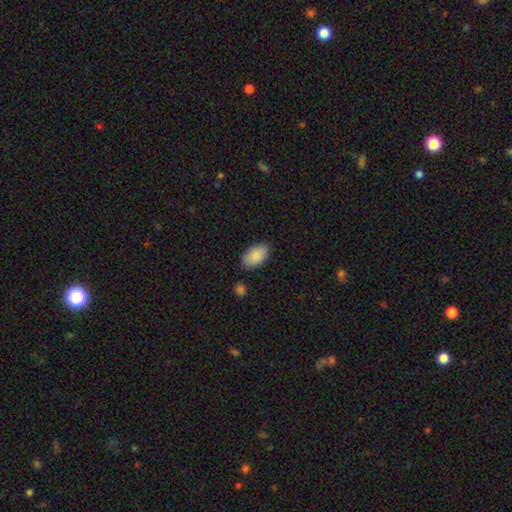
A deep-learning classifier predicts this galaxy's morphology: Q: Smooth or featured?
A: smooth (88%); runner-up: star or artifact (7%)
Q: How rounded?
A: in between (94%); runner-up: round (4%)
Q: Merging?
A: none (81%); runner-up: minor disturbance (13%)